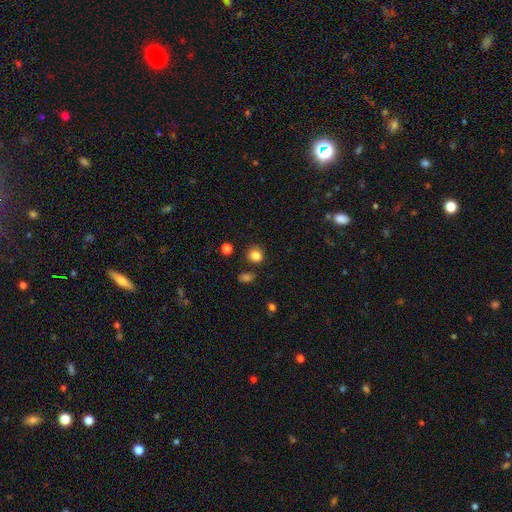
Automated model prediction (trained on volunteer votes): Smooth or featured? Predicted: smooth (p=0.84). How rounded? Predicted: round (p=0.81). Merging? Predicted: none (p=0.80).